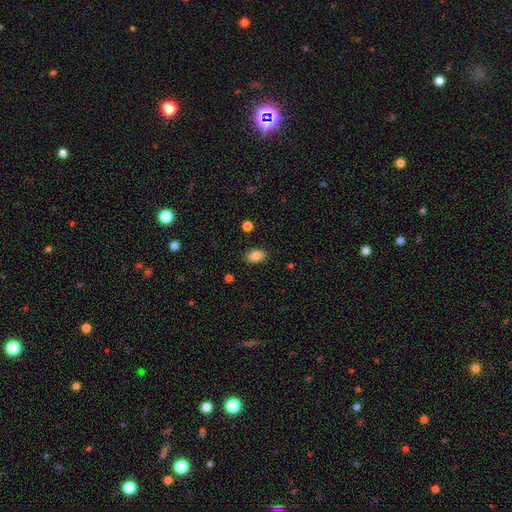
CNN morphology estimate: This appears to be a smooth galaxy with no disk features (86%) that is in between round and cigar-shaped (89%). Merging: none (88%).